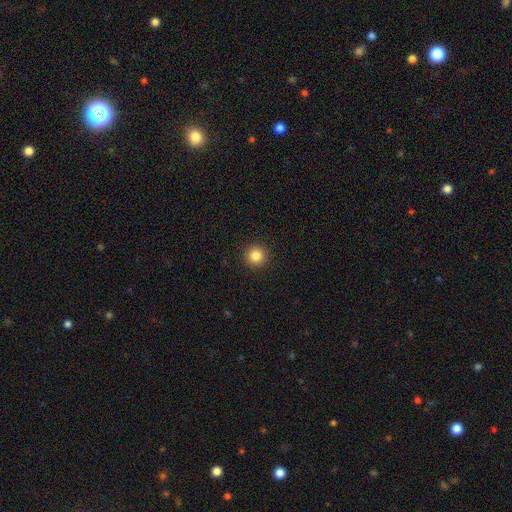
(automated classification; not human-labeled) Smooth or featured?
  - smooth: 84% *
  - star or artifact: 11%
  - featured or disk: 5%
How rounded?
  - round: 95% *
  - in between: 4%
  - cigar-shaped: 1%
Merging?
  - none: 93% *
  - minor disturbance: 4%
  - major disturbance: 2%
  - merger: 1%